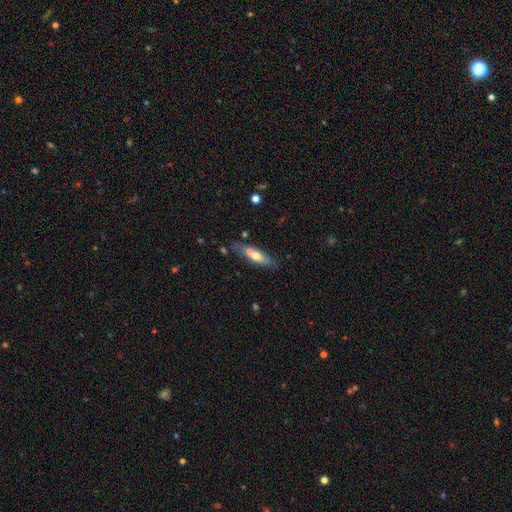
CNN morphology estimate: The model was most divided on "how rounded": cigar-shaped: 54%, in between: 43%, round: 3%. More confident: merging — none (59%); smooth or featured — smooth (55%).